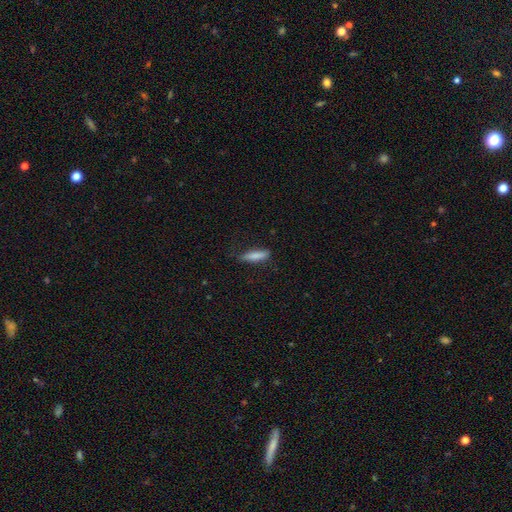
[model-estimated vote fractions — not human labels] Overall: smooth (80%). How rounded: cigar-shaped (73%). Merging: none (69%).